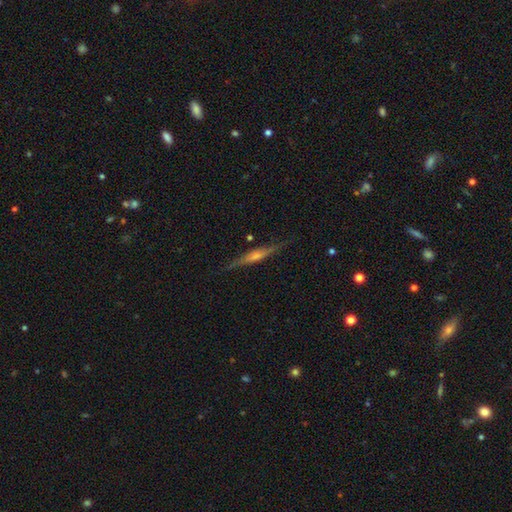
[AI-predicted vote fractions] Smooth or featured? featured or disk (71%)
Edge-on disk? yes (96%)
Edge-on bulge? rounded (65%)
Merging? none (84%)